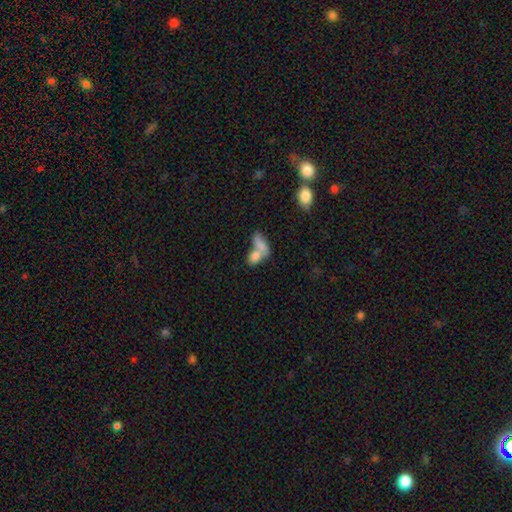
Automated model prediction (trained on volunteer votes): A smooth galaxy with no disk features (78%) that is in between round and cigar-shaped (81%). Merging: merger (68%).